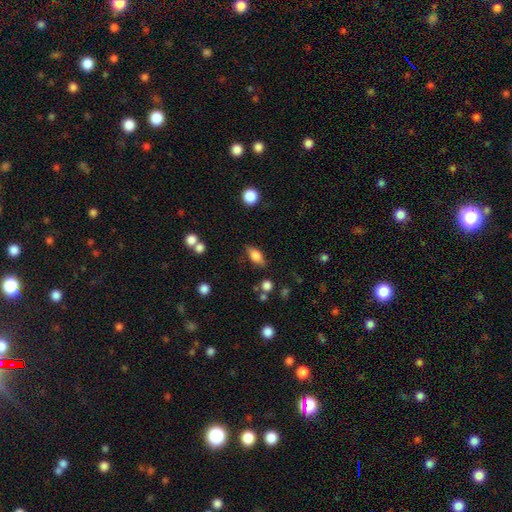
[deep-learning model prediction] This is likely a smooth galaxy (71%). How rounded: clearly in between (82%). Merging: likely none (75%).